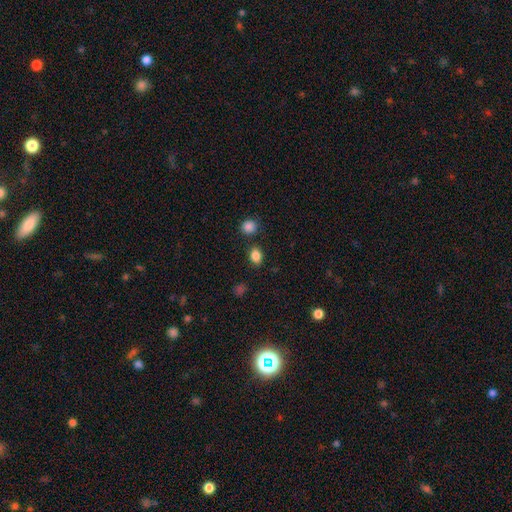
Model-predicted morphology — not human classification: This appears to be a smooth galaxy with no disk features (85%) that is in between round and cigar-shaped (65%). Merging: none (82%).